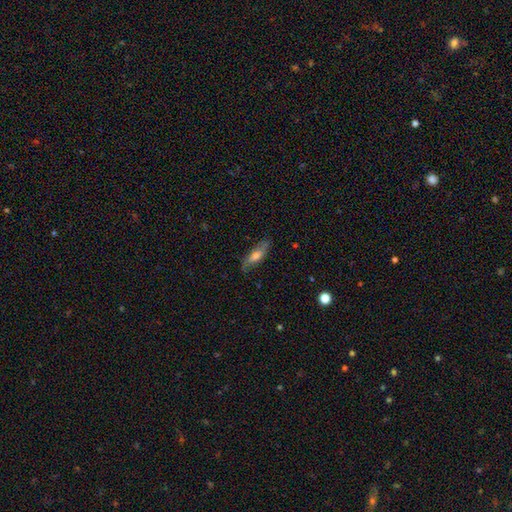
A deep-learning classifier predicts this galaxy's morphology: This appears to be a smooth galaxy with no disk features (49%). Merging: none (76%).